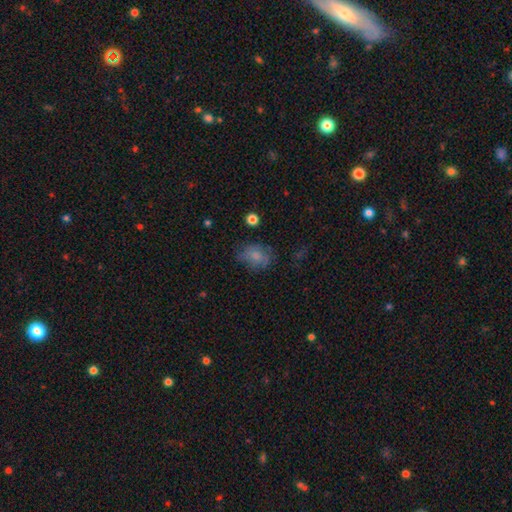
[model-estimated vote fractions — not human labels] Morphology: type=smooth (68%); roundness=in between (66%); merging=none (54%).